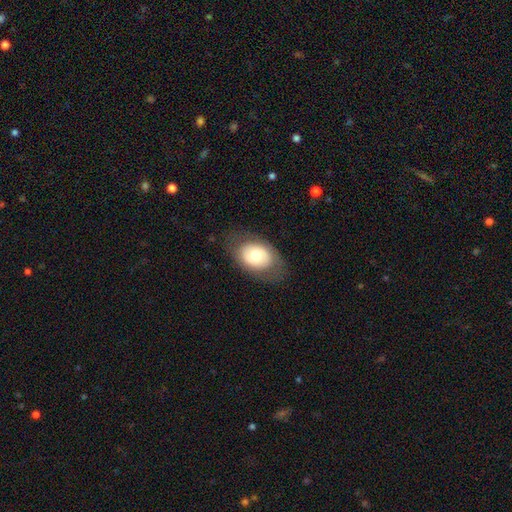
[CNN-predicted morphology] smooth-or-featured: smooth: 61% | featured or disk: 33% | star or artifact: 7%
  how-rounded: in between: 78% | round: 21% | cigar-shaped: 1%
  merging: none: 76% | minor disturbance: 16% | major disturbance: 8% | merger: 1%